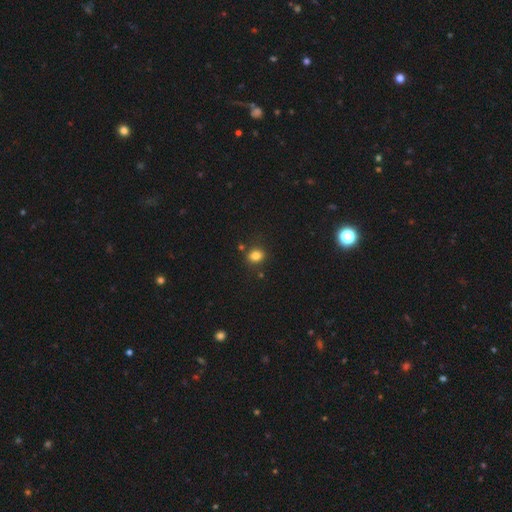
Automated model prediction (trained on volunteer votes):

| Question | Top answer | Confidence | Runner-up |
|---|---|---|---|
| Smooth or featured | smooth | 81% | star or artifact (13%) |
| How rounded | round | 56% | in between (43%) |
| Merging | none | 80% | minor disturbance (11%) |